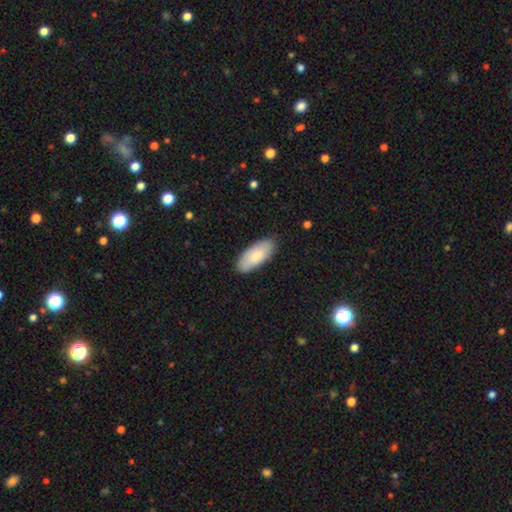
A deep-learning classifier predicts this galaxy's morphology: Smooth or featured? Predicted: smooth (p=0.80). How rounded? Predicted: in between (p=0.87). Merging? Predicted: none (p=0.85).